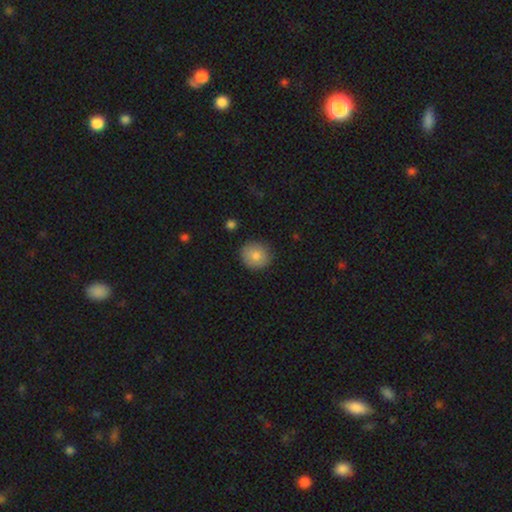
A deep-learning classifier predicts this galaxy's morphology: A smooth galaxy with no disk features (80%) that is round (84%).

Vote fractions:
- Smooth or featured? smooth: 80% / featured or disk: 12% / star or artifact: 8%
- How rounded? round: 84% / in between: 15% / cigar-shaped: 1%
- Merging? none: 85% / minor disturbance: 11% / major disturbance: 2% / merger: 1%